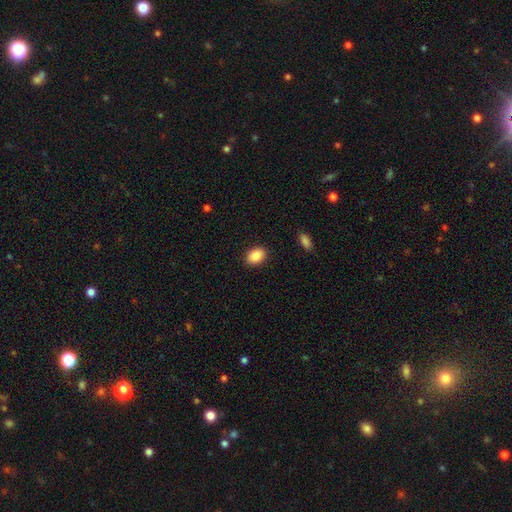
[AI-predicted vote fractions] The model was most divided on "how rounded": in between: 80%, round: 19%, cigar-shaped: 1%. More confident: merging — none (89%); smooth or featured — smooth (88%).